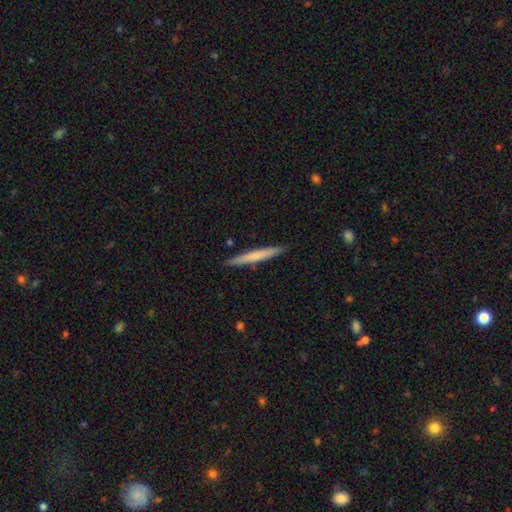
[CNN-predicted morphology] Smooth or featured: smooth — 64% (featured or disk — 31%)
How rounded: cigar-shaped — 96% (in between — 2%)
Merging: none — 90% (minor disturbance — 7%)